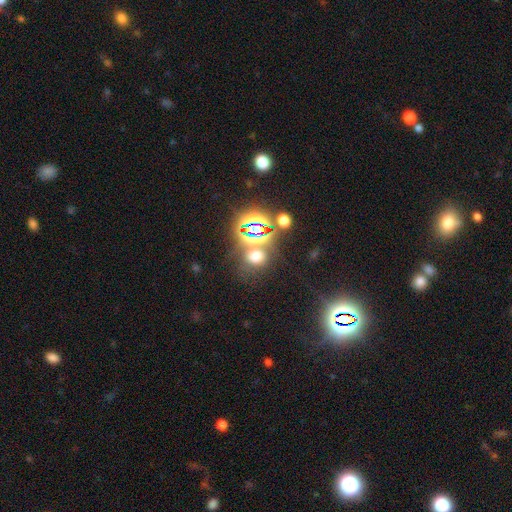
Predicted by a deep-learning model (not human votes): Smooth or featured: smooth — 47% (star or artifact — 44%)
Merging: none — 59% (merger — 23%)